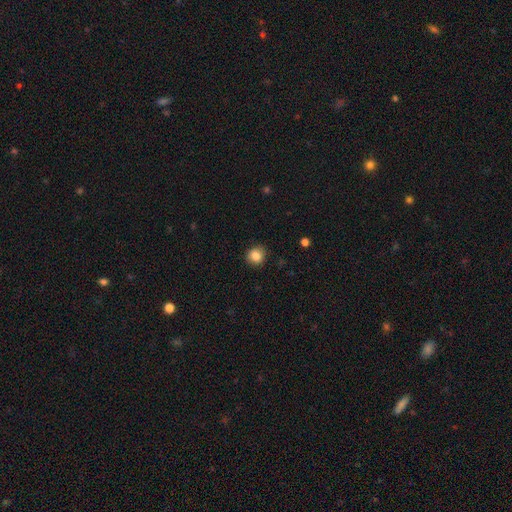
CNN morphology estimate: A smooth galaxy with no disk features (85%) that is round (85%).

Vote fractions:
- Smooth or featured? smooth: 85% / star or artifact: 10% / featured or disk: 5%
- How rounded? round: 85% / in between: 14% / cigar-shaped: 1%
- Merging? none: 87% / minor disturbance: 10% / major disturbance: 2% / merger: 1%